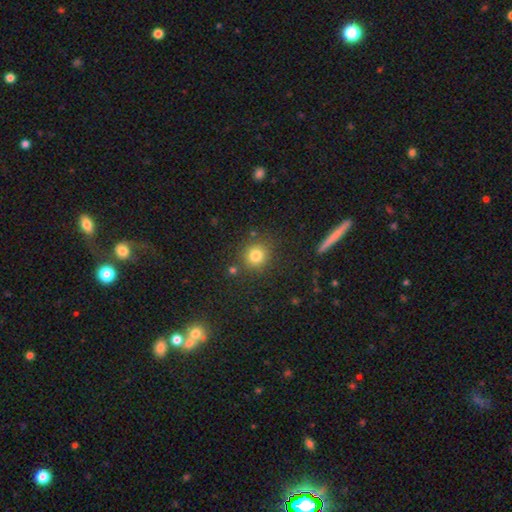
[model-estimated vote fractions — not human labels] Smooth or featured?
  - smooth: 81% *
  - star or artifact: 13%
  - featured or disk: 7%
How rounded?
  - round: 89% *
  - in between: 10%
  - cigar-shaped: 1%
Merging?
  - none: 82% *
  - minor disturbance: 9%
  - merger: 5%
  - major disturbance: 4%